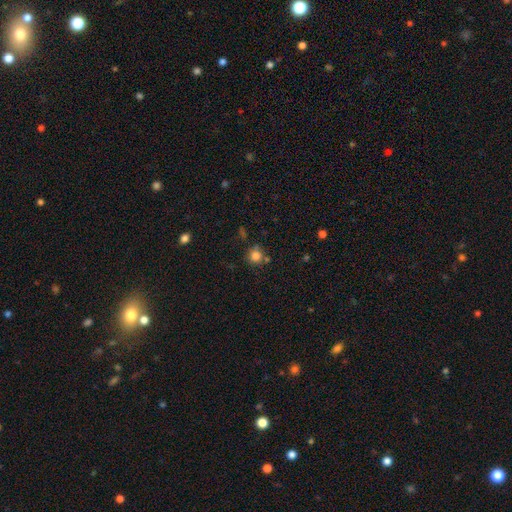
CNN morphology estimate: Smooth or featured? smooth (81%)
How rounded? round (90%)
Merging? none (70%)